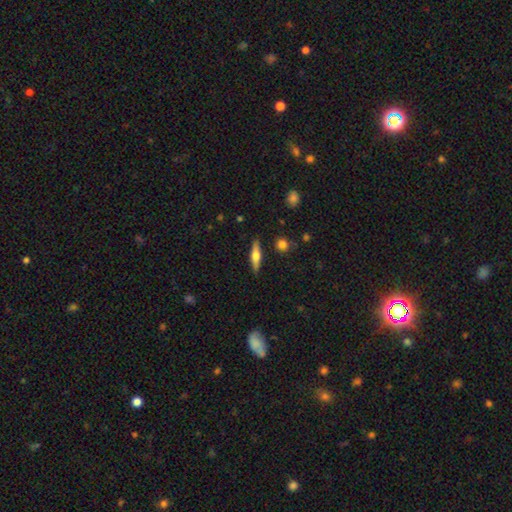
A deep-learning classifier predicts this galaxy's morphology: This appears to be a featured or disk galaxy (56%) viewed edge-on (95%) with a rounded central bulge (91%). Merging: none (89%).